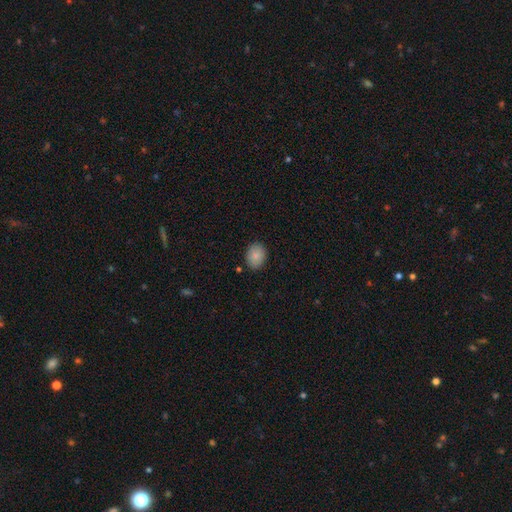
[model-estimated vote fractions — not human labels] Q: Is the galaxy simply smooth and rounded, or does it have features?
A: smooth — 86%.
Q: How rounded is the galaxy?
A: in between — 72%.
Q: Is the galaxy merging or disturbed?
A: none — 87%.